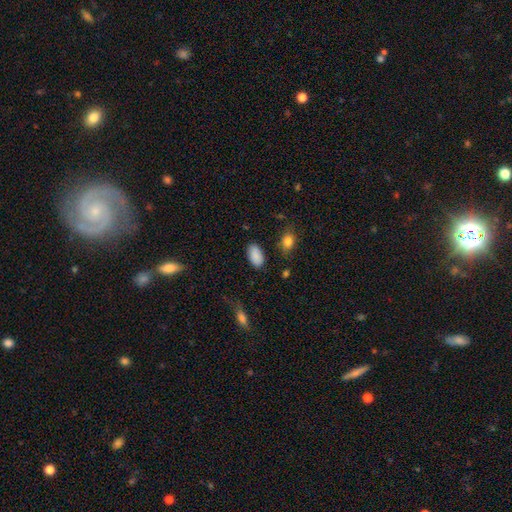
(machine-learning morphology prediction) The model was most divided on "merging": none: 84%, minor disturbance: 11%, major disturbance: 3%, merger: 2%. More confident: how rounded — in between (94%); smooth or featured — smooth (89%).